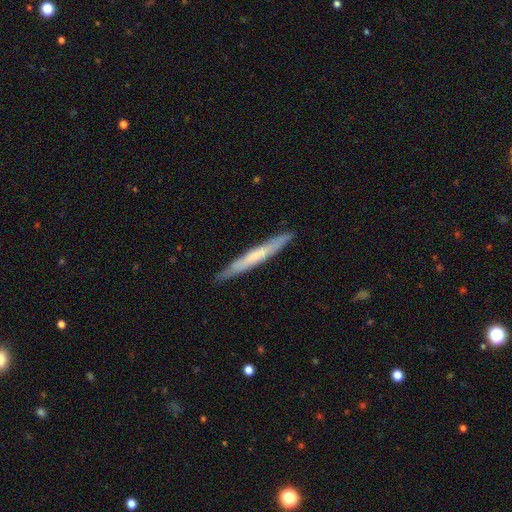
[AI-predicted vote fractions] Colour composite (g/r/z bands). It shows a smooth galaxy with no disk features (51%) that is cigar-shaped (97%). Merging: none (89%).